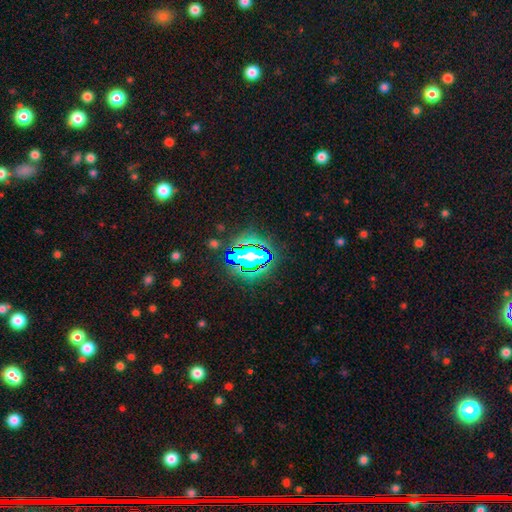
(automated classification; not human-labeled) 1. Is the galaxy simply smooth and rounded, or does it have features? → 65% star or artifact, 21% smooth, 14% featured or disk.